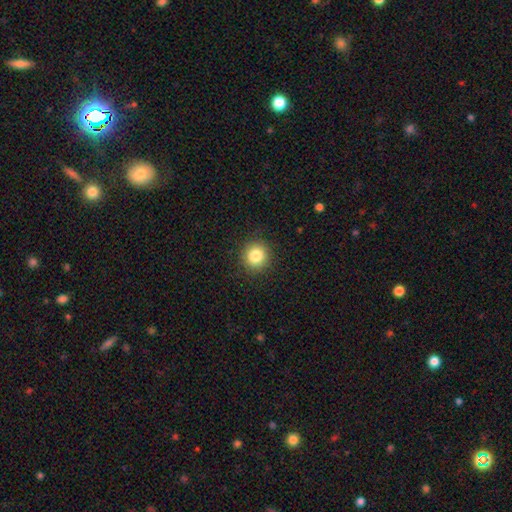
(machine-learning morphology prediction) type=smooth (83%); roundness=round (92%); merging=none (90%).